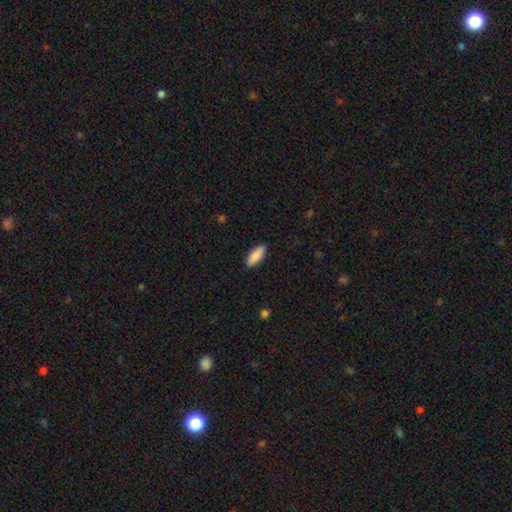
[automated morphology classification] Overall: smooth (88%). How rounded: in between (68%; cigar-shaped 30%). Merging: none (89%).